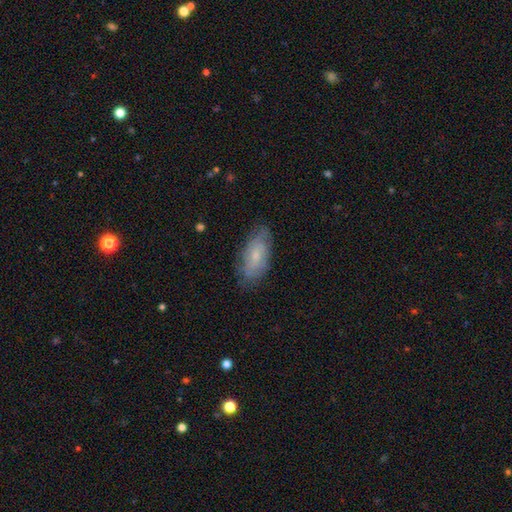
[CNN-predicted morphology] Smooth or featured? Predicted: smooth (p=0.47). Merging? Predicted: none (p=0.74).